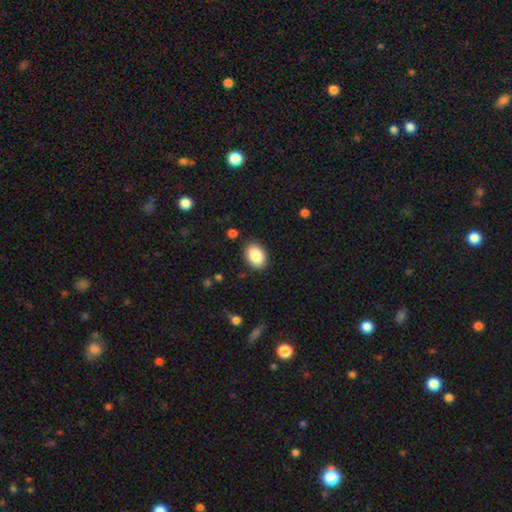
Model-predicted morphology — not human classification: smooth-or-featured: smooth: 86% | star or artifact: 7% | featured or disk: 7%
  how-rounded: in between: 84% | round: 15% | cigar-shaped: 1%
  merging: none: 88% | minor disturbance: 9% | major disturbance: 2% | merger: 1%